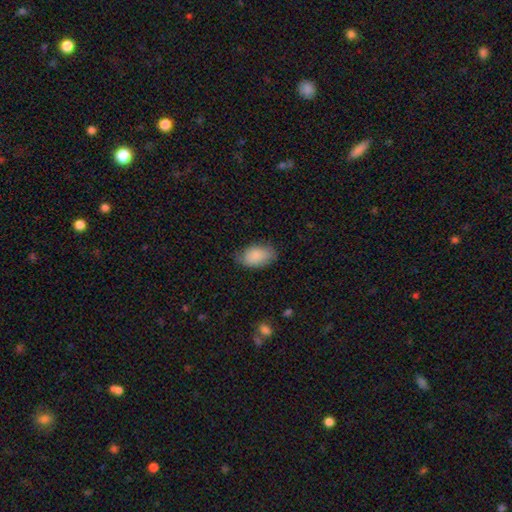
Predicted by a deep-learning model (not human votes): Morphology: type=smooth (86%); roundness=in between (92%); merging=none (72%).